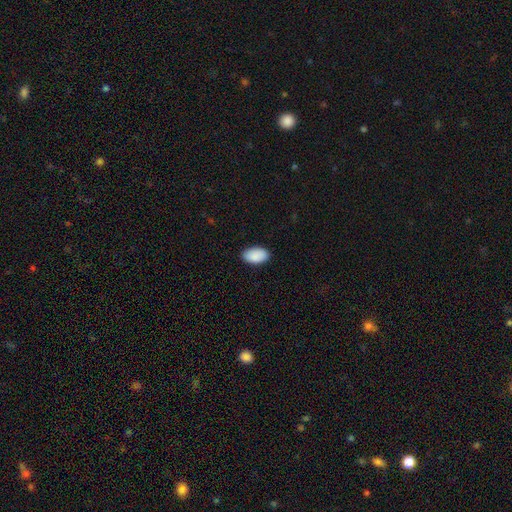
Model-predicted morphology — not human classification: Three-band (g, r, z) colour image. It shows a smooth galaxy with no disk features (91%) that is in between round and cigar-shaped (95%). Merging: none (88%).